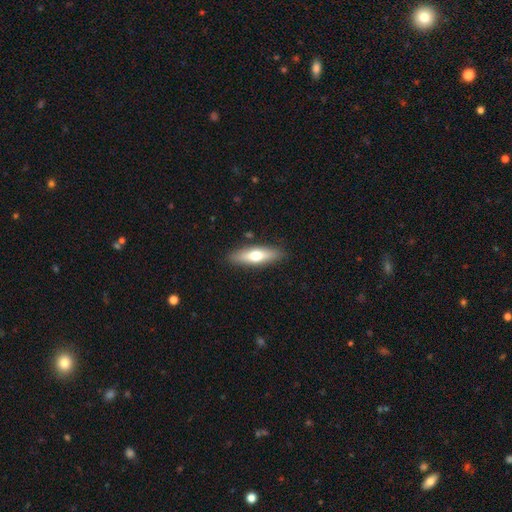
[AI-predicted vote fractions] Smooth or featured? Predicted: smooth (p=0.60). How rounded? Predicted: cigar-shaped (p=0.56). Merging? Predicted: none (p=0.88).